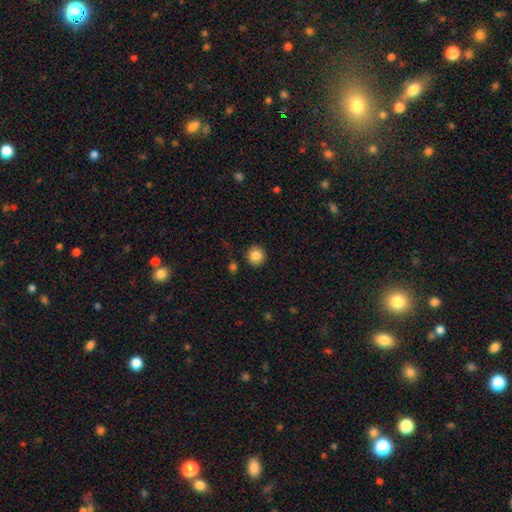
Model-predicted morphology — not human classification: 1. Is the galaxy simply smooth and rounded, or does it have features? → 85% smooth, 9% star or artifact, 5% featured or disk.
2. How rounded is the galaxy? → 92% round, 7% in between, 1% cigar-shaped.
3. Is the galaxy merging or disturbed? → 89% none, 7% minor disturbance, 2% merger, 2% major disturbance.